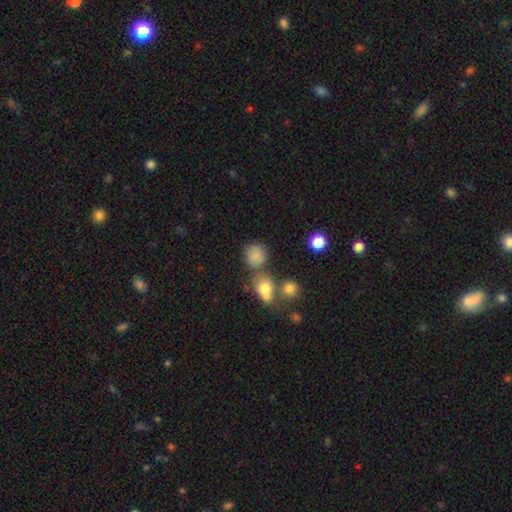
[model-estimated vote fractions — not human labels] Smooth or featured?
  - smooth: 77% *
  - star or artifact: 13%
  - featured or disk: 9%
How rounded?
  - round: 77% *
  - in between: 22%
  - cigar-shaped: 1%
Merging?
  - none: 58% *
  - merger: 21%
  - minor disturbance: 15%
  - major disturbance: 6%